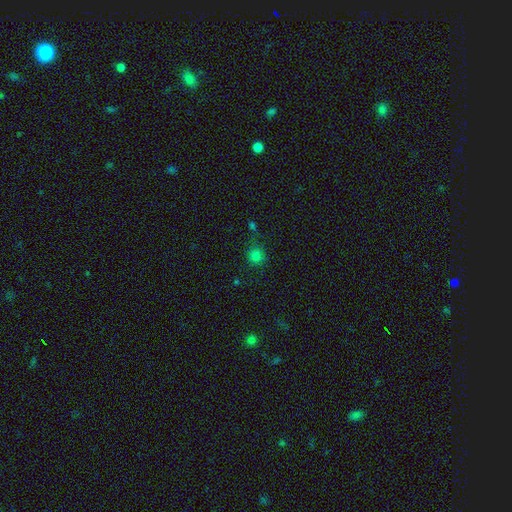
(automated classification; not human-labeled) Morphology: type=smooth (77%); roundness=round (91%); merging=none (75%).